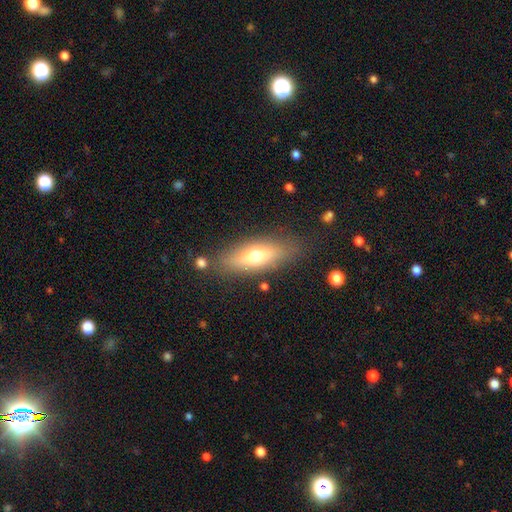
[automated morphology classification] type=smooth (60%); roundness=in between (63%); merging=none (80%).